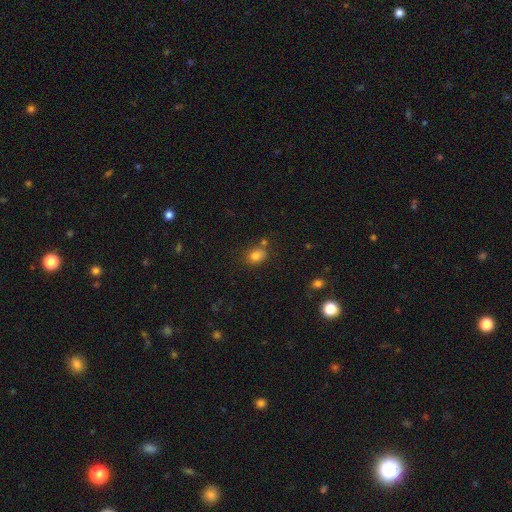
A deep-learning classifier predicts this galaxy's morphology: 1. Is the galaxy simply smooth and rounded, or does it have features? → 80% smooth, 13% star or artifact, 8% featured or disk.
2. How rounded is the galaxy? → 58% in between, 41% round, 1% cigar-shaped.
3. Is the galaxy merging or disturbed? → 68% none, 15% minor disturbance, 13% merger, 4% major disturbance.